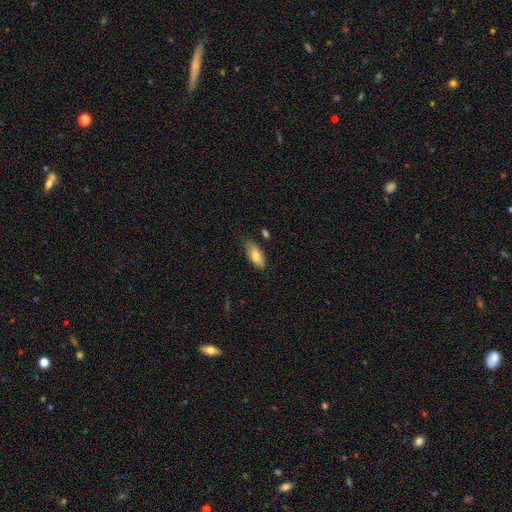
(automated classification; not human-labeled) Q: Smooth or featured?
A: smooth (80%); runner-up: featured or disk (13%)
Q: How rounded?
A: in between (84%); runner-up: cigar-shaped (14%)
Q: Merging?
A: none (73%); runner-up: minor disturbance (21%)